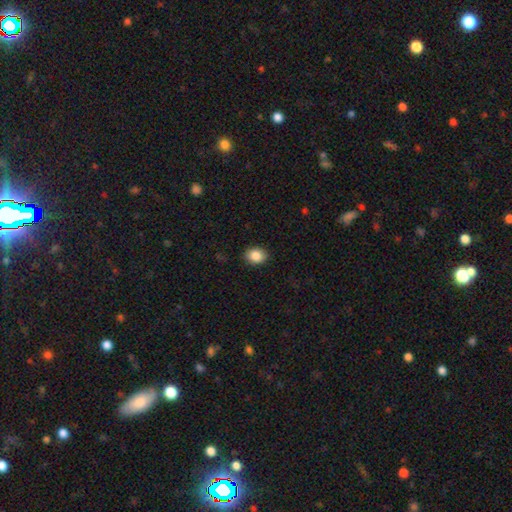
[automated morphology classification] This appears to be a smooth galaxy with no disk features (86%) that is in between round and cigar-shaped (53%). Merging: none (89%).